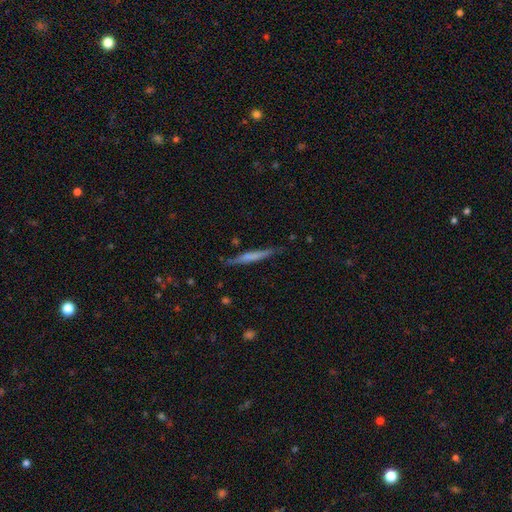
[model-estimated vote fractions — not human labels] Morphology: type=featured or disk (48%); merging=none (85%).